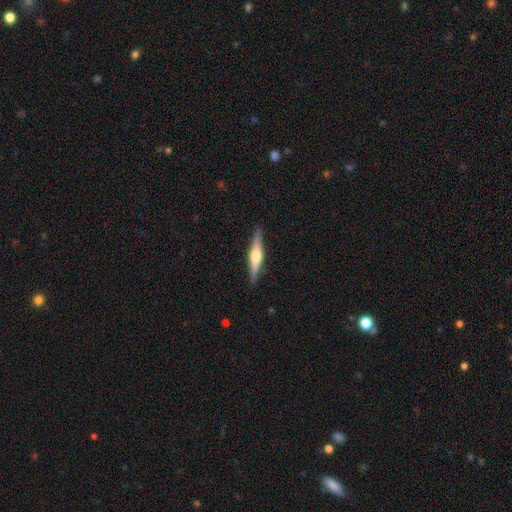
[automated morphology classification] A featured or disk galaxy (68%) viewed edge-on (97%) with a rounded central bulge (91%).

Vote fractions:
- Smooth or featured? featured or disk: 68% / smooth: 27% / star or artifact: 5%
- Edge-on disk? yes: 97% / no: 3%
- Edge-on bulge? rounded: 91% / boxy: 6% / none: 3%
- Merging? none: 90% / minor disturbance: 8% / major disturbance: 2% / merger: 1%